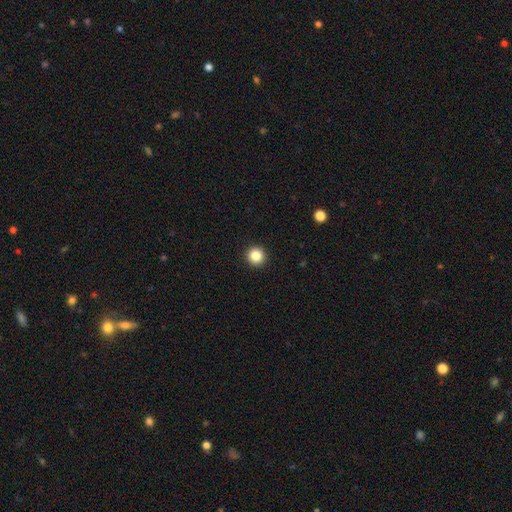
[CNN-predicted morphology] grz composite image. It shows a smooth galaxy with no disk features (86%) that is round (95%). Merging: none (94%).